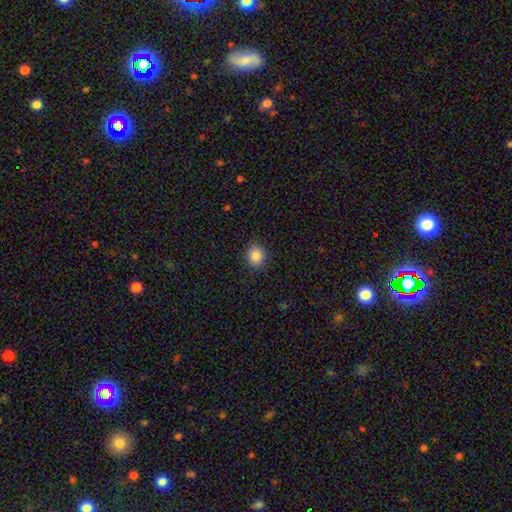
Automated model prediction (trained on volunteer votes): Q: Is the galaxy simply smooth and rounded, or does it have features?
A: smooth — 88%.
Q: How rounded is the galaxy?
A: round — 67%.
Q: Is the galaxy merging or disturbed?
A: none — 89%.